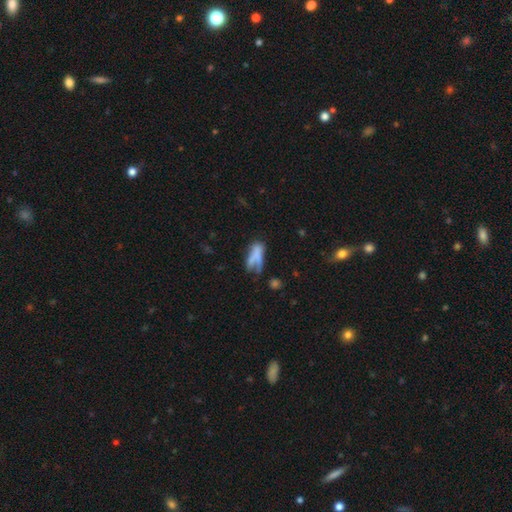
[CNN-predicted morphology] This appears to be a smooth galaxy with no disk features (63%) that is in between round and cigar-shaped (60%). Merging: none (31%).